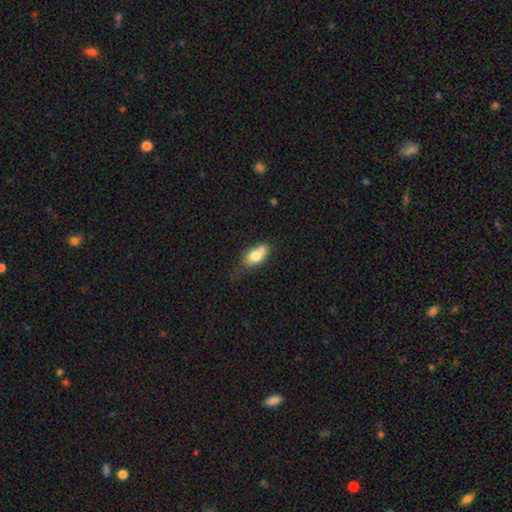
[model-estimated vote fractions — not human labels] Overall: smooth (74%). How rounded: in between (85%). Merging: none (41%; minor disturbance 29%).